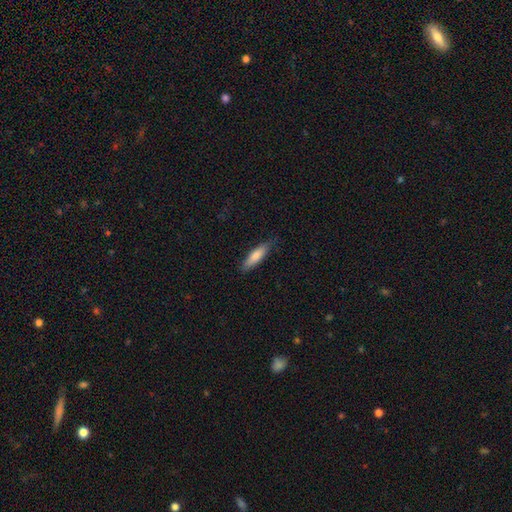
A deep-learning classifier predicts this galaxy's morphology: Q: Smooth or featured?
A: smooth (78%); runner-up: featured or disk (16%)
Q: How rounded?
A: cigar-shaped (67%); runner-up: in between (32%)
Q: Merging?
A: none (80%); runner-up: minor disturbance (16%)